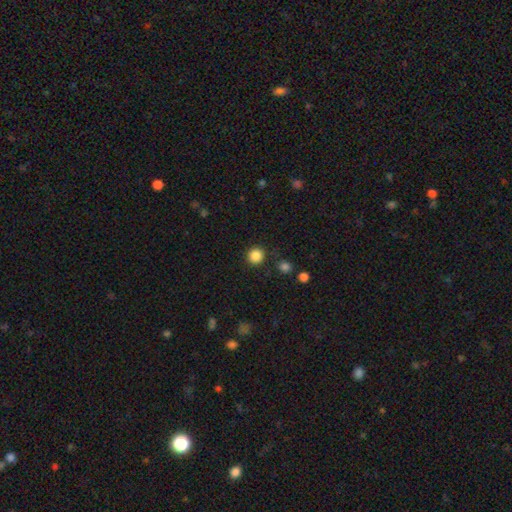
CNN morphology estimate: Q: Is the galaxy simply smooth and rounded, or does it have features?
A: smooth — 86%.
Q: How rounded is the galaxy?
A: round — 94%.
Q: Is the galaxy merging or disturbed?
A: none — 89%.